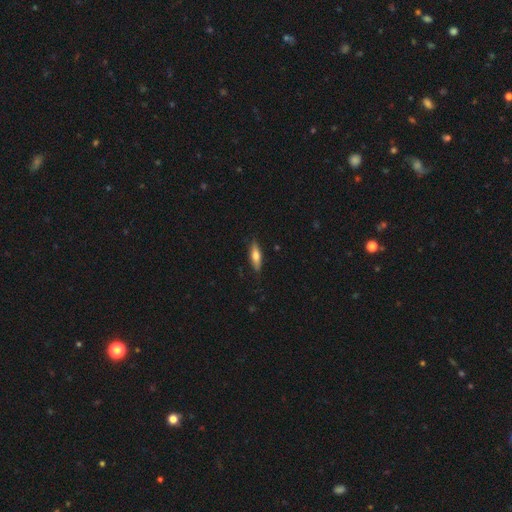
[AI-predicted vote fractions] A smooth galaxy with no disk features (58%) that is cigar-shaped (56%). Merging: none (83%).